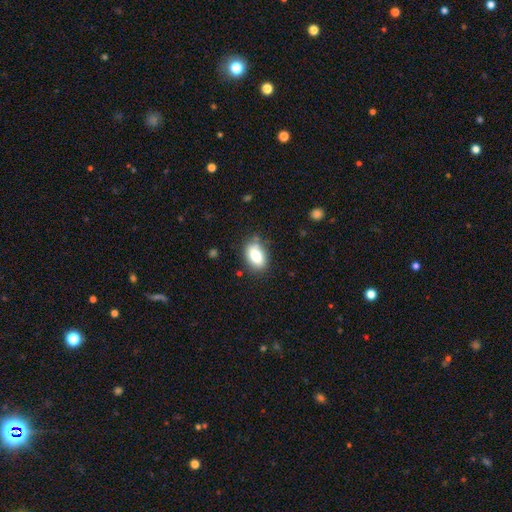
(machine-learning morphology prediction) Smooth or featured? Predicted: smooth (p=0.78). How rounded? Predicted: in between (p=0.83). Merging? Predicted: none (p=0.78).